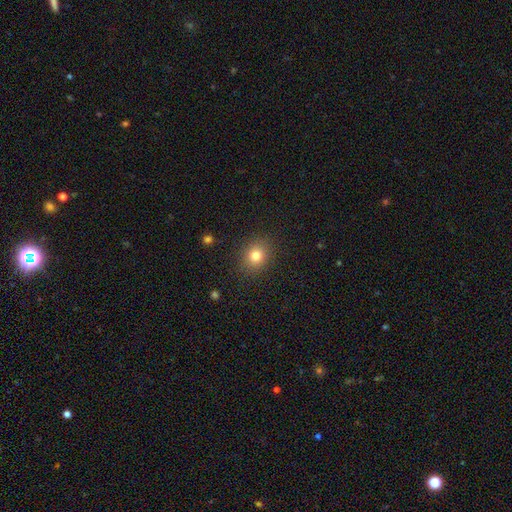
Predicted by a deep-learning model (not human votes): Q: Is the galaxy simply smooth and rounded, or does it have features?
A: smooth — 79%.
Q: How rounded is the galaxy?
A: round — 72%.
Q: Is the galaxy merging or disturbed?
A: none — 88%.